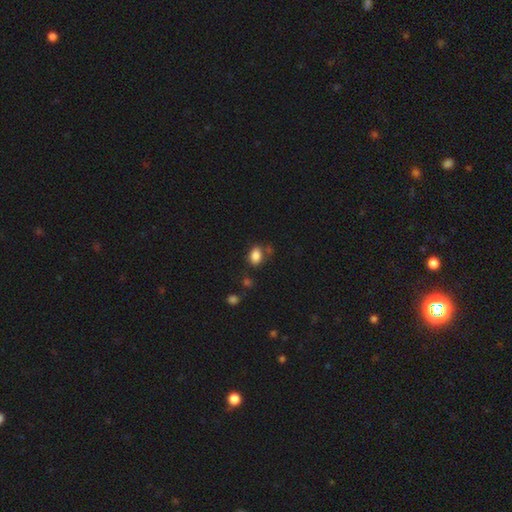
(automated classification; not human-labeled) Smooth or featured? smooth (85%)
How rounded? in between (81%)
Merging? none (68%)